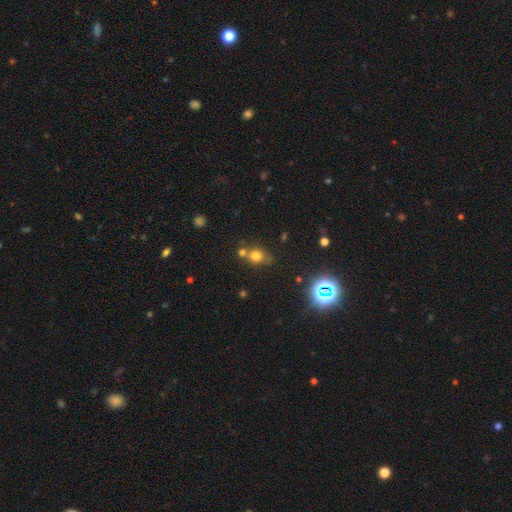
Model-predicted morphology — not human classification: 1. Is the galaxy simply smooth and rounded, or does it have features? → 72% smooth, 18% star or artifact, 10% featured or disk.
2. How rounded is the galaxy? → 69% round, 30% in between, 1% cigar-shaped.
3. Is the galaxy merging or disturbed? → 54% none, 29% merger, 13% minor disturbance, 5% major disturbance.